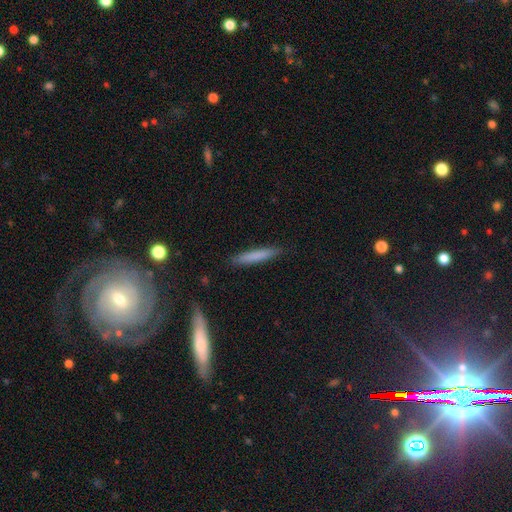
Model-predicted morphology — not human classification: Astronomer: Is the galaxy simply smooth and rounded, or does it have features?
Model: smooth — 77%.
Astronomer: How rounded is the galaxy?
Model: cigar-shaped — 94%.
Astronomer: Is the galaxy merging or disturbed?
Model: none — 89%.